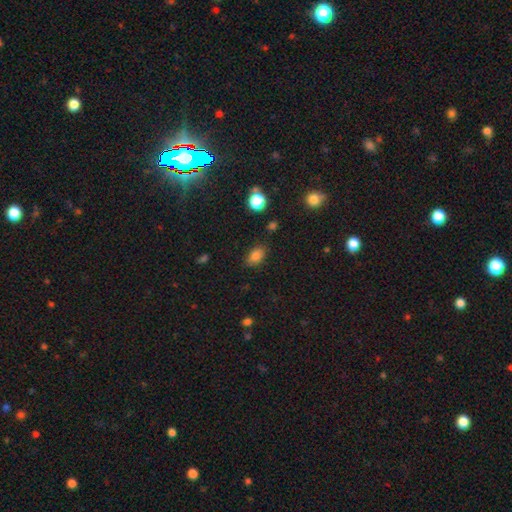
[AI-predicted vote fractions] A smooth galaxy with no disk features (82%) that is in between round and cigar-shaped (82%).

Vote fractions:
- Smooth or featured? smooth: 82% / star or artifact: 13% / featured or disk: 5%
- How rounded? in between: 82% / round: 16% / cigar-shaped: 2%
- Merging? none: 80% / minor disturbance: 14% / major disturbance: 4% / merger: 2%